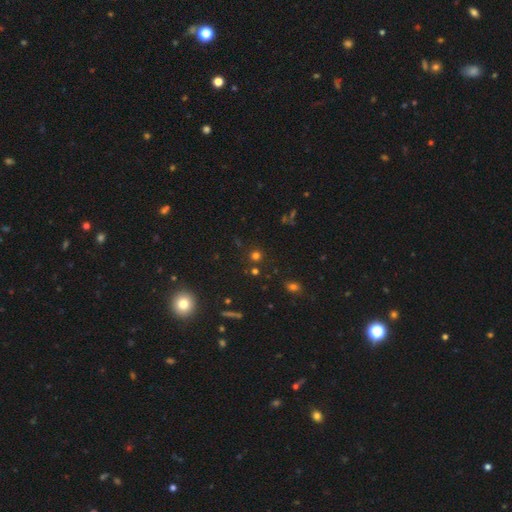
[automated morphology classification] Overall: smooth (66%; star or artifact 27%). How rounded: round (92%). Merging: none (85%).